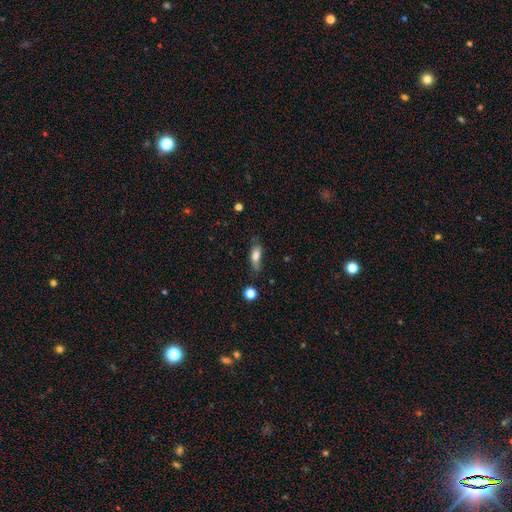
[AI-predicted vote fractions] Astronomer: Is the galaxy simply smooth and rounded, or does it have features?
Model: smooth — 76%.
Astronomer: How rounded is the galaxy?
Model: in between — 65%.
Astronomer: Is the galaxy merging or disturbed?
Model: none — 57%.